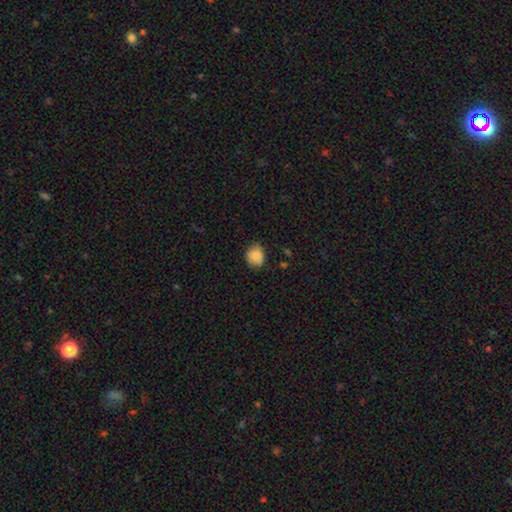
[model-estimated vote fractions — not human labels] This is clearly a smooth galaxy (85%). How rounded: likely round (73%). Merging: likely none (71%).